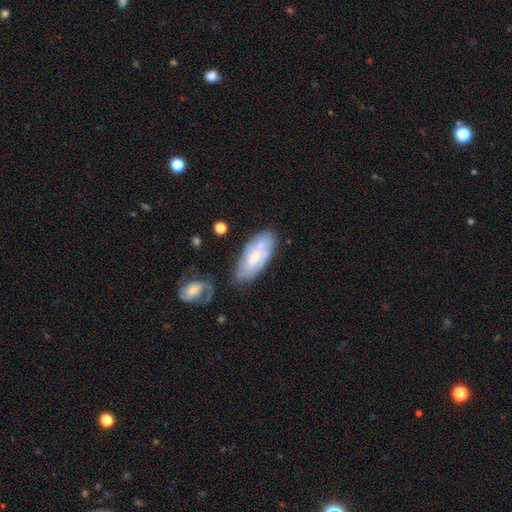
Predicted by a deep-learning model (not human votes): Morphology: type=featured or disk (50%); edge-on=no (87%); merging=none (53%).